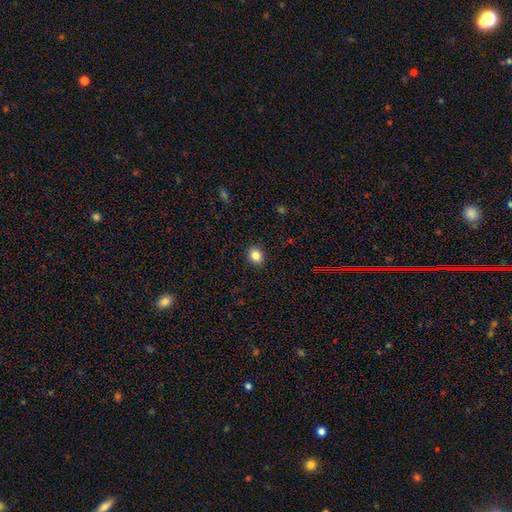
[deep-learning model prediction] The model was most divided on "how rounded": round: 66%, in between: 34%, cigar-shaped: 1%. More confident: merging — none (91%); smooth or featured — smooth (84%).